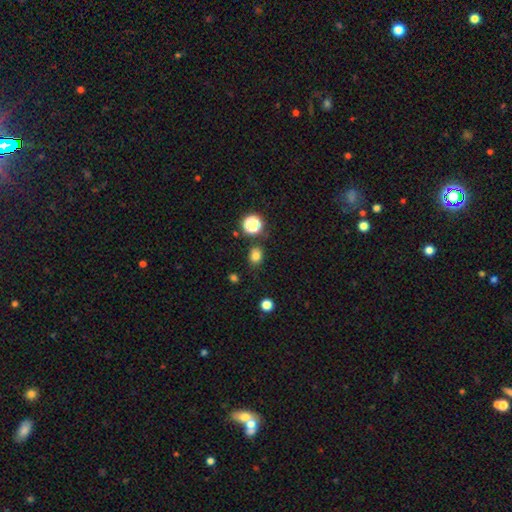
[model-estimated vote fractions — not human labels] Smooth or featured? Predicted: smooth (p=0.79). How rounded? Predicted: round (p=0.63). Merging? Predicted: none (p=0.81).